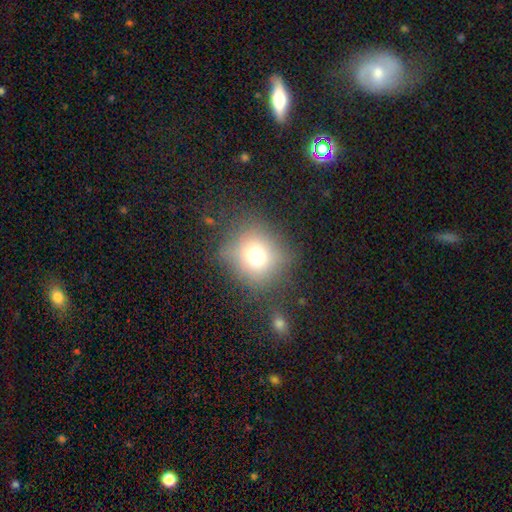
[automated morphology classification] The model was most divided on "smooth or featured": smooth: 69%, star or artifact: 18%, featured or disk: 13%. More confident: how rounded — round (86%); merging — none (74%).